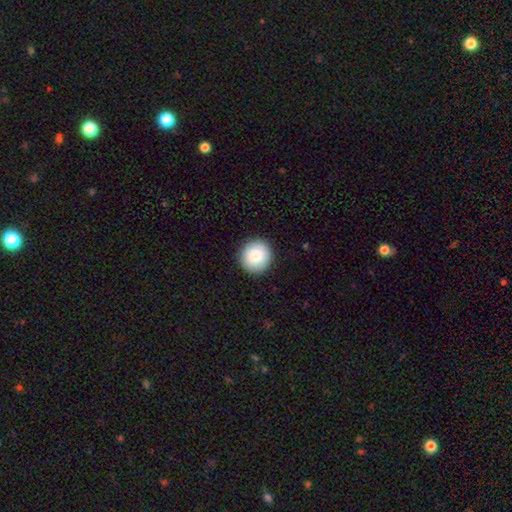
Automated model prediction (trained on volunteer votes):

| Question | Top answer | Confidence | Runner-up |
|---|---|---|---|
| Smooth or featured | smooth | 86% | star or artifact (7%) |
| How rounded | round | 94% | in between (6%) |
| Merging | none | 92% | minor disturbance (6%) |